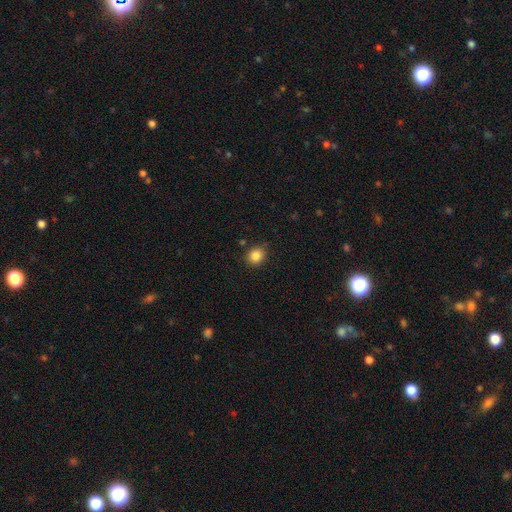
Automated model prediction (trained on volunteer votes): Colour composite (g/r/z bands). It shows a smooth galaxy with no disk features (85%) that is round (76%). Merging: none (81%).